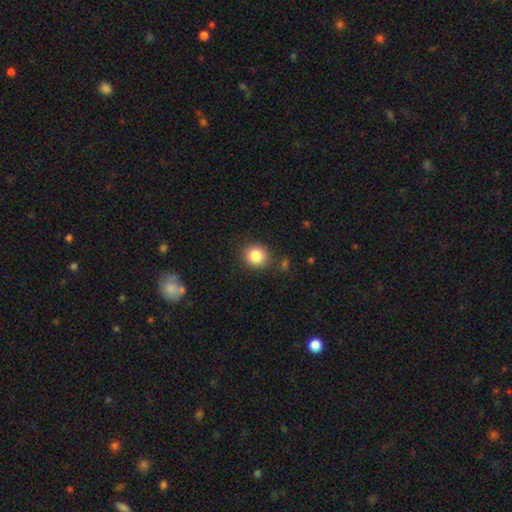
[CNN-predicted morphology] smooth 85%, star or artifact 10%, featured or disk 6%. Down the decision tree: how rounded — round (84%); merging — none (86%).